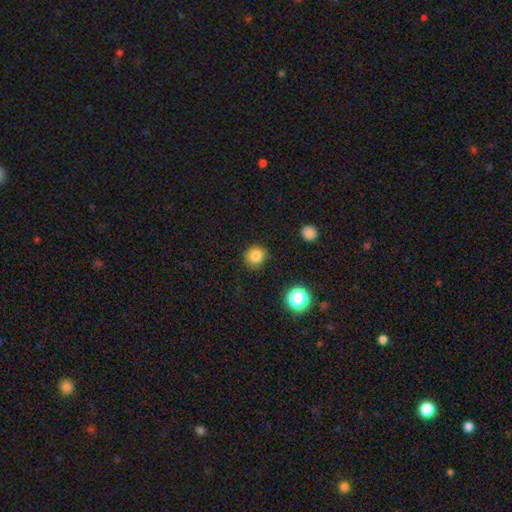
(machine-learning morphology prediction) Overall: smooth (82%). How rounded: round (91%). Merging: none (87%).